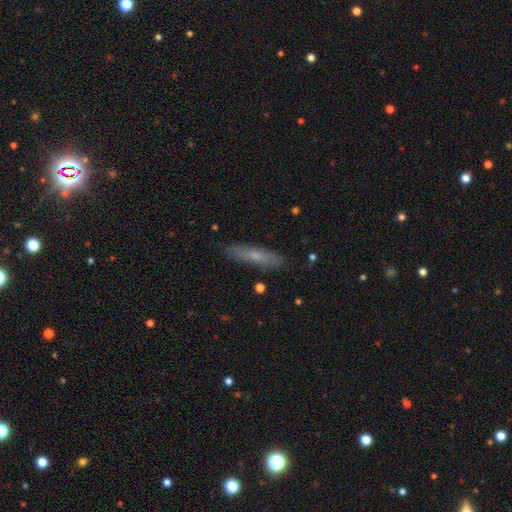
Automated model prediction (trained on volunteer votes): smooth-or-featured: smooth: 56% | featured or disk: 36% | star or artifact: 7%
  how-rounded: cigar-shaped: 84% | in between: 14% | round: 2%
  merging: none: 87% | minor disturbance: 10% | major disturbance: 2% | merger: 1%